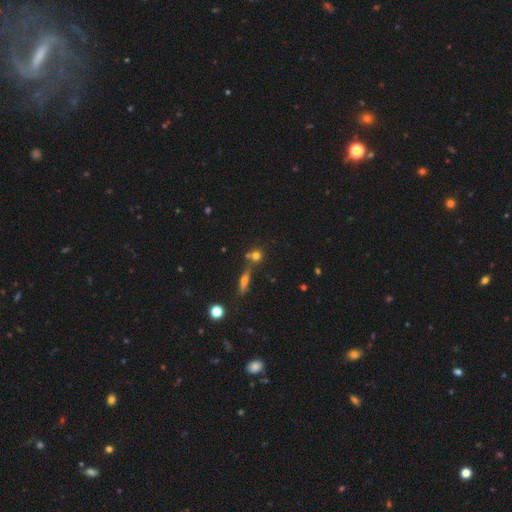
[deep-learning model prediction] smooth-or-featured: smooth: 68% | star or artifact: 18% | featured or disk: 14%
  how-rounded: round: 82% | in between: 12% | cigar-shaped: 6%
  merging: none: 60% | merger: 27% | minor disturbance: 9% | major disturbance: 4%